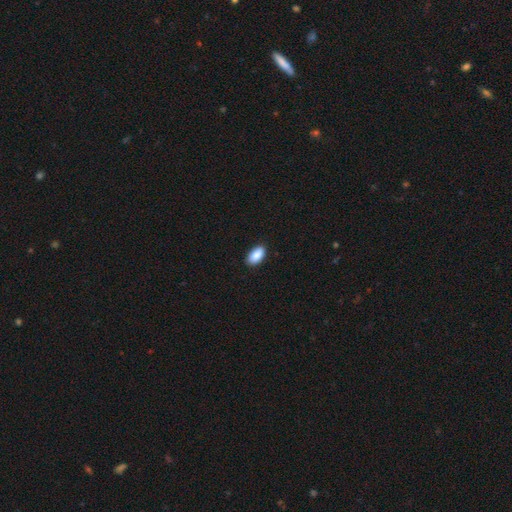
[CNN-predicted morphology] smooth_or_featured: smooth (p=0.89) [alt: star or artifact p=0.07]
how_rounded: in between (p=0.94) [alt: round p=0.03]
merging: none (p=0.88) [alt: minor disturbance p=0.09]